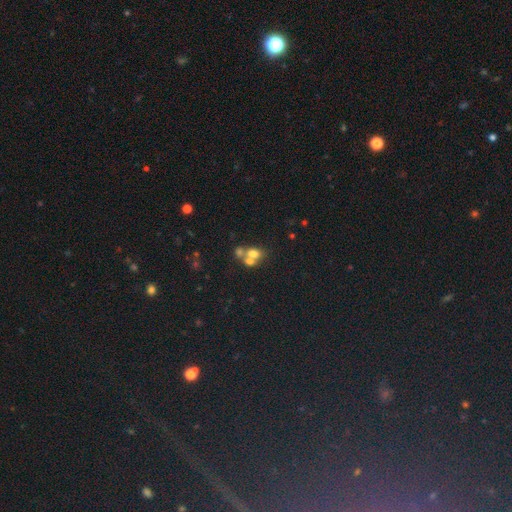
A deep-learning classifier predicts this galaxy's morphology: A smooth galaxy with no disk features (47%).

Vote fractions:
- Smooth or featured? smooth: 47% / star or artifact: 35% / featured or disk: 18%
- Merging? merger: 45% / none: 42% / minor disturbance: 8% / major disturbance: 5%